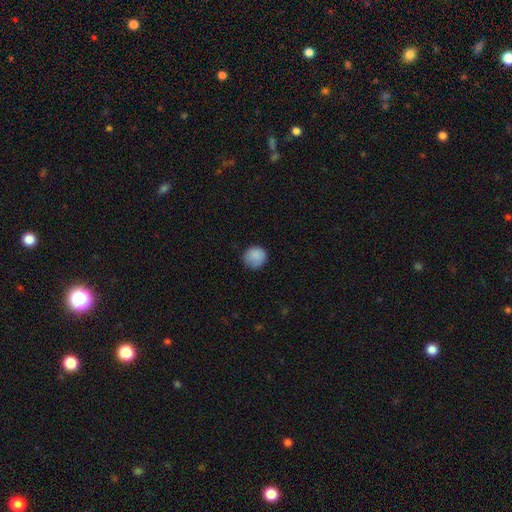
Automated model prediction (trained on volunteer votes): This is clearly a smooth galaxy (87%). How rounded: clearly round (89%). Merging: clearly none (81%).